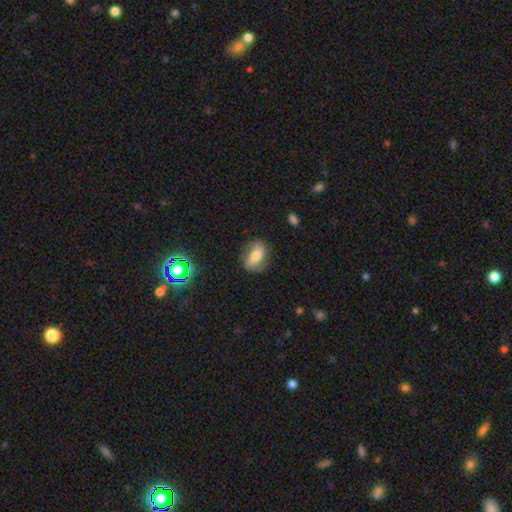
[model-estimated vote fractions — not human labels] smooth_or_featured: smooth (p=0.45) [tied with: featured or disk p=0.45]
merging: none (p=0.74) [alt: minor disturbance p=0.18]